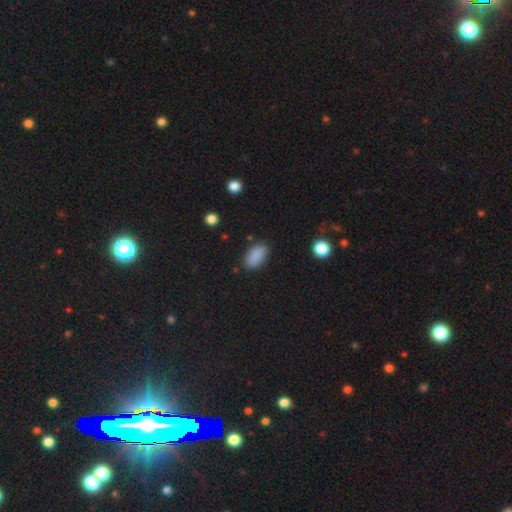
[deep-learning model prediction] smooth_or_featured: smooth (p=0.88) [alt: star or artifact p=0.08]
how_rounded: in between (p=0.92) [alt: cigar-shaped p=0.04]
merging: none (p=0.84) [alt: minor disturbance p=0.11]